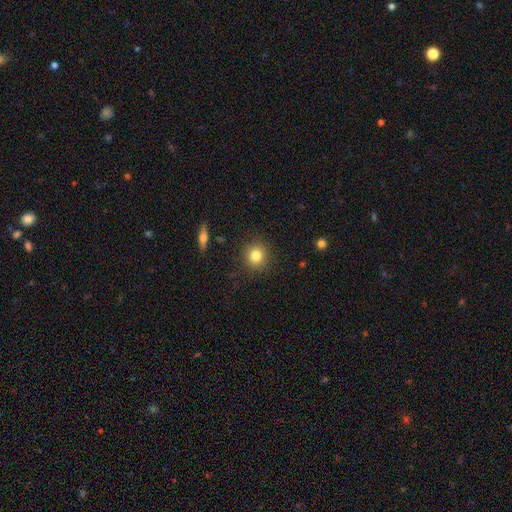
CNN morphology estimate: smooth 81%, star or artifact 11%, featured or disk 8%. Down the decision tree: how rounded — round (91%); merging — none (89%).